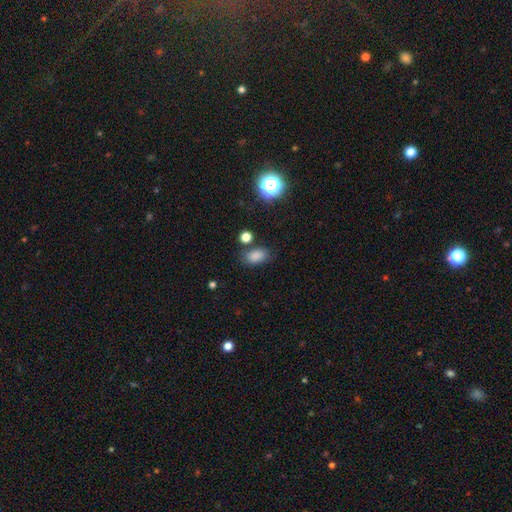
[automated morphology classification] Overall: smooth (82%). How rounded: in between (85%). Merging: none (74%).